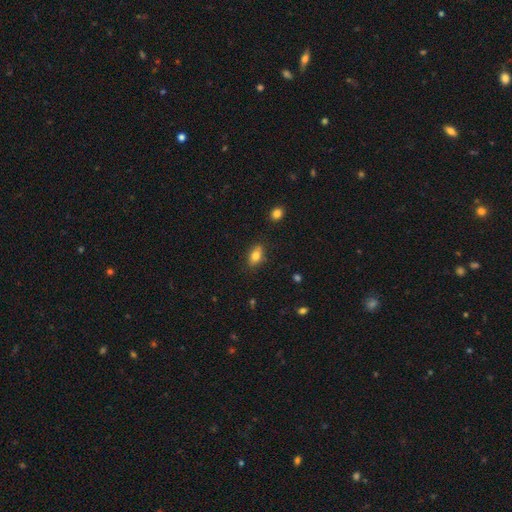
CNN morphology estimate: smooth-or-featured: smooth: 80% | featured or disk: 11% | star or artifact: 9%
  how-rounded: in between: 86% | round: 9% | cigar-shaped: 5%
  merging: none: 83% | minor disturbance: 12% | major disturbance: 2% | merger: 2%